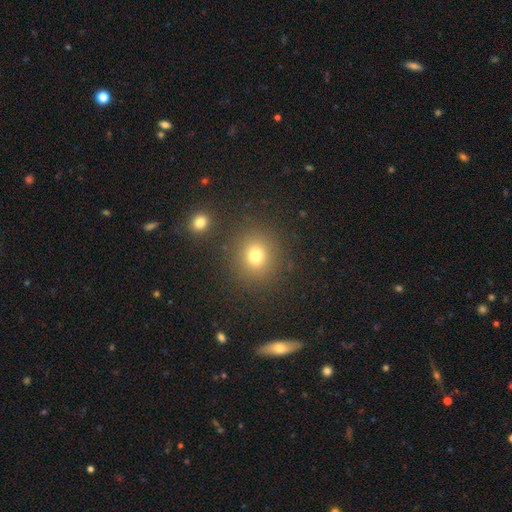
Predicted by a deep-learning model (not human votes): Q: Smooth or featured?
A: smooth (75%); runner-up: star or artifact (17%)
Q: How rounded?
A: round (86%); runner-up: in between (13%)
Q: Merging?
A: none (86%); runner-up: minor disturbance (7%)